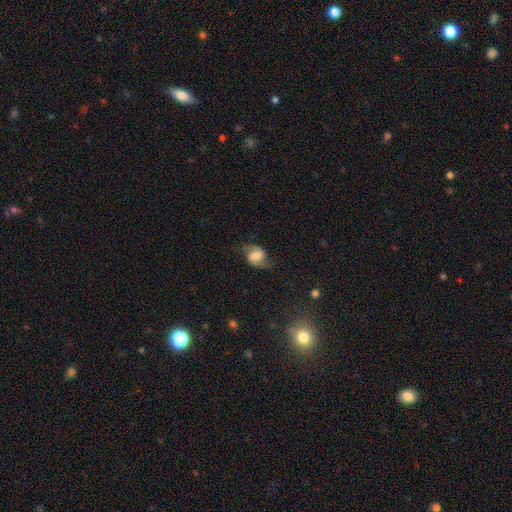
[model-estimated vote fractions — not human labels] Q: Smooth or featured?
A: featured or disk (66%); runner-up: smooth (25%)
Q: Edge-on disk?
A: no (97%); runner-up: yes (3%)
Q: Bar?
A: weak (49%); runner-up: no (28%)
Q: Spiral arms?
A: yes (93%); runner-up: no (7%)
Q: Spiral winding?
A: loose (50%); runner-up: medium (39%)
Q: Spiral arm count?
A: 2 (92%); runner-up: can't tell (3%)
Q: Bulge size?
A: moderate (43%); runner-up: small (23%)
Q: Merging?
A: none (72%); runner-up: minor disturbance (18%)